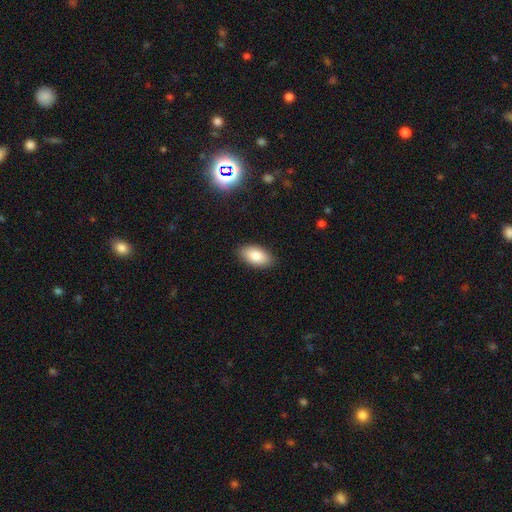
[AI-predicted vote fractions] Smooth or featured? smooth (84%)
How rounded? in between (94%)
Merging? none (88%)